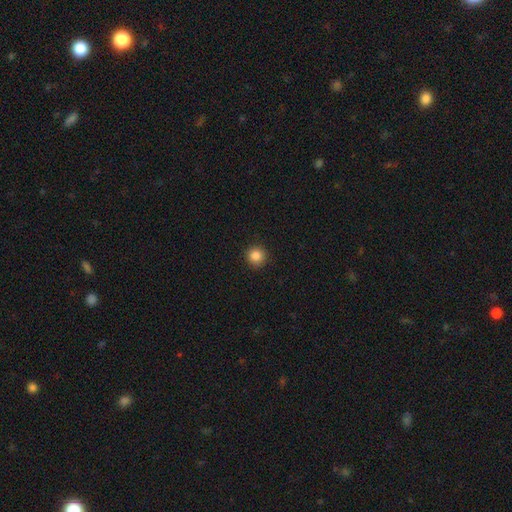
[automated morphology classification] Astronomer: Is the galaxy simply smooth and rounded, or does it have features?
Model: smooth — 86%.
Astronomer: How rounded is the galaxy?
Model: round — 95%.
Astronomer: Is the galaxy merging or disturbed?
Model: none — 92%.